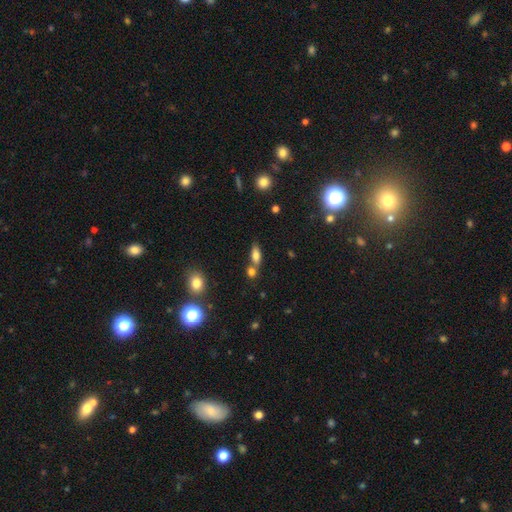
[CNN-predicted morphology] A smooth galaxy with no disk features (73%) that is in between round and cigar-shaped (73%). Merging: none (50%).